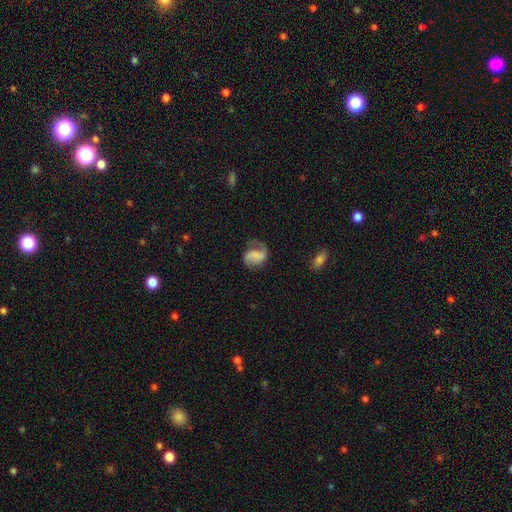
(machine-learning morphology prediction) type=featured or disk (63%); edge-on=no (98%); bar=no (40%); spiral arms=yes (90%); winding=loose (45%); arm count=2 (80%); bulge=none (56%); merging=none (57%).